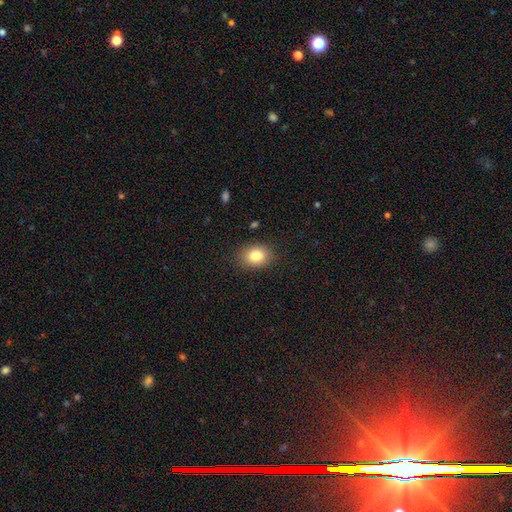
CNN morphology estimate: smooth-or-featured: smooth: 83% | star or artifact: 9% | featured or disk: 8%
  how-rounded: in between: 65% | round: 34% | cigar-shaped: 1%
  merging: none: 82% | minor disturbance: 13% | major disturbance: 3% | merger: 2%